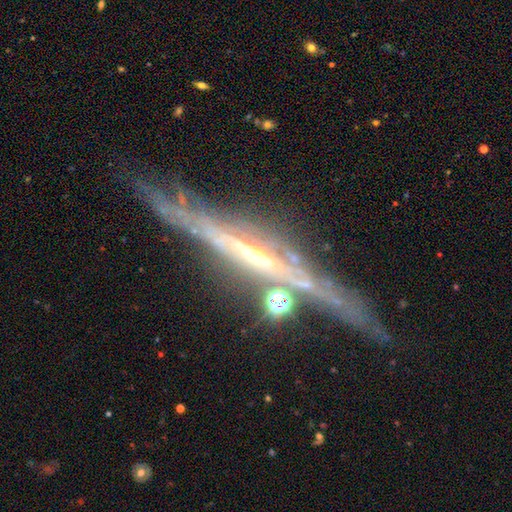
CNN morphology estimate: smooth_or_featured: featured or disk (p=0.85) [alt: star or artifact p=0.08]
disk_edge_on: yes (p=0.91) [alt: no p=0.09]
edge_on_bulge: rounded (p=0.60) [alt: none p=0.32]
merging: none (p=0.69) [alt: minor disturbance p=0.18]